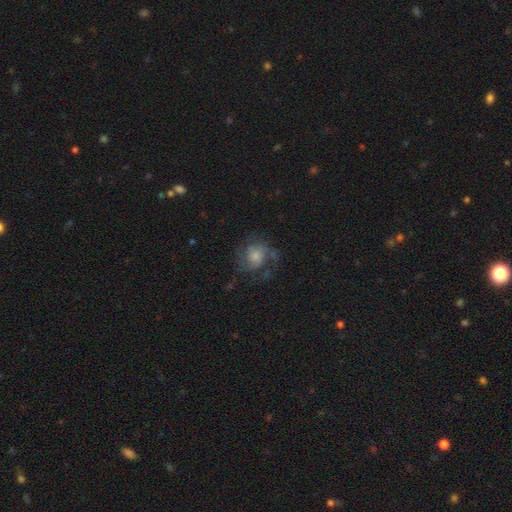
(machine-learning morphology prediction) A featured or disk galaxy (61%) with no bar (74%), 2 (48%) medium (46%) spiral arms (85%) and a moderate central bulge (35%).

Vote fractions:
- Smooth or featured? featured or disk: 61% / smooth: 31% / star or artifact: 8%
- Edge-on disk? no: 98% / yes: 2%
- Bar? no: 74% / weak: 22% / strong: 3%
- Spiral arms? yes: 85% / no: 15%
- Spiral winding? medium: 46% / tight: 27% / loose: 27%
- Spiral arm count? 2: 48% / can't tell: 22% / 3: 13% / 1: 10% / 4: 4% / more than 4: 4%
- Bulge size? moderate: 35% / small: 28% / large: 21% / none: 12% / dominant: 4%
- Merging? none: 54% / major disturbance: 24% / minor disturbance: 20% / merger: 2%